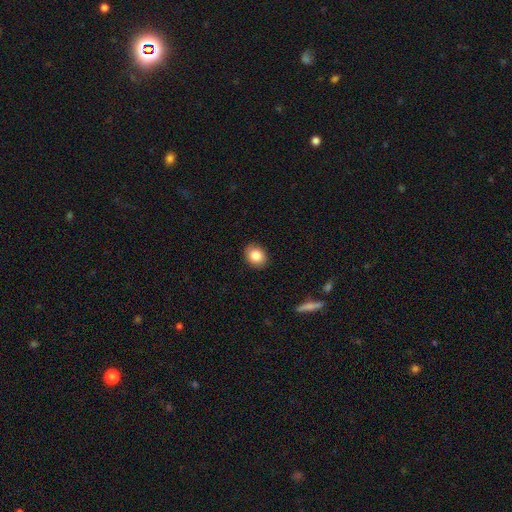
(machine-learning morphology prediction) type=smooth (84%); roundness=round (54%); merging=none (88%).